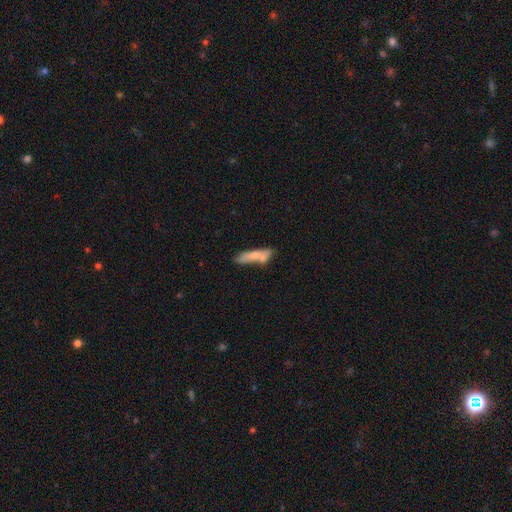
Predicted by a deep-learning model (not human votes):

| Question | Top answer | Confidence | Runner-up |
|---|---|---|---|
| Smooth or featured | smooth | 68% | featured or disk (25%) |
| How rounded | cigar-shaped | 73% | in between (25%) |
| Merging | none | 50% | merger (26%) |